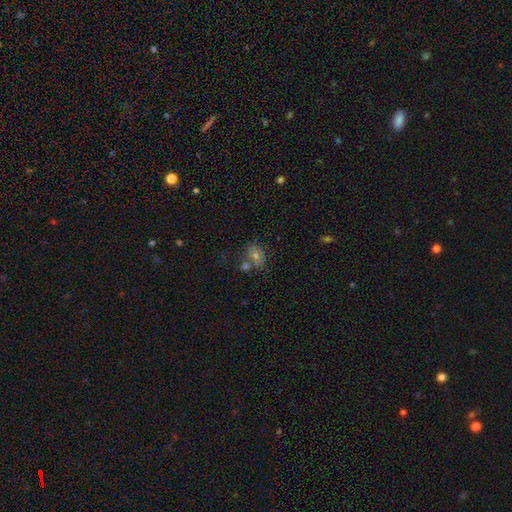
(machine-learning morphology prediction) This appears to be a smooth galaxy with no disk features (49%). Merging: none (64%).